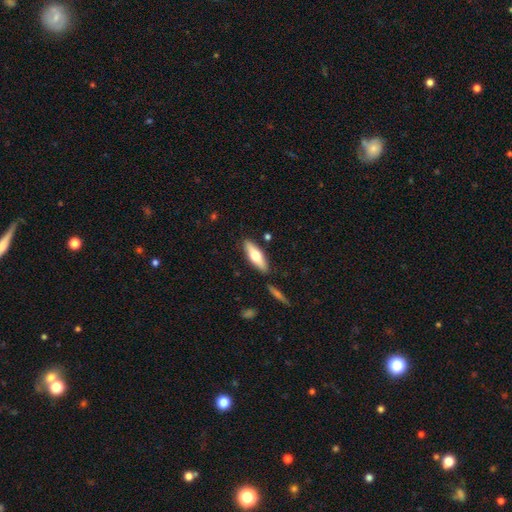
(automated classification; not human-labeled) A smooth galaxy with no disk features (57%) that is cigar-shaped (50%). Merging: none (85%).